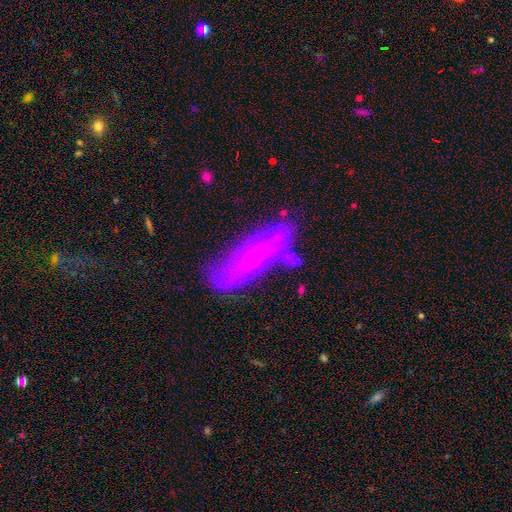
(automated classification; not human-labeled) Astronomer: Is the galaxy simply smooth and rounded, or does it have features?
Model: featured or disk — 57%.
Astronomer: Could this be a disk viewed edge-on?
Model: no — 73%.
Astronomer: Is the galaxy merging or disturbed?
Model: none — 37% (runner-up: minor disturbance, 23%).